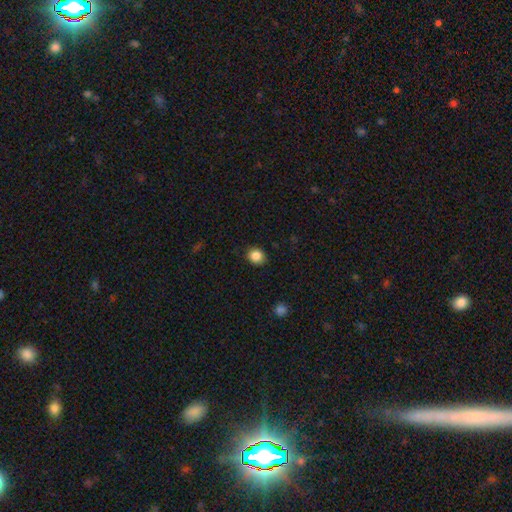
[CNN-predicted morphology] A smooth galaxy with no disk features (86%) that is round (77%).

Vote fractions:
- Smooth or featured? smooth: 86% / star or artifact: 10% / featured or disk: 4%
- How rounded? round: 77% / in between: 22% / cigar-shaped: 1%
- Merging? none: 89% / minor disturbance: 8% / major disturbance: 2% / merger: 1%